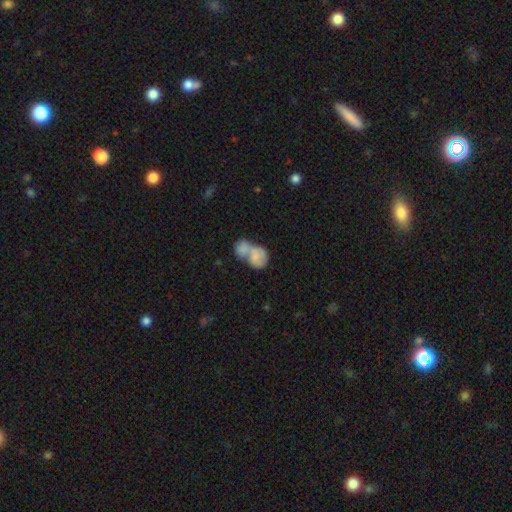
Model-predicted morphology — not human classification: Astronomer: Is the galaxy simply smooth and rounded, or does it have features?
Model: smooth — 66%.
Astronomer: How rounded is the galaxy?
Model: in between — 56% (runner-up: round, 43%).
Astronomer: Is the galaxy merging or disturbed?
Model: merger — 78%.